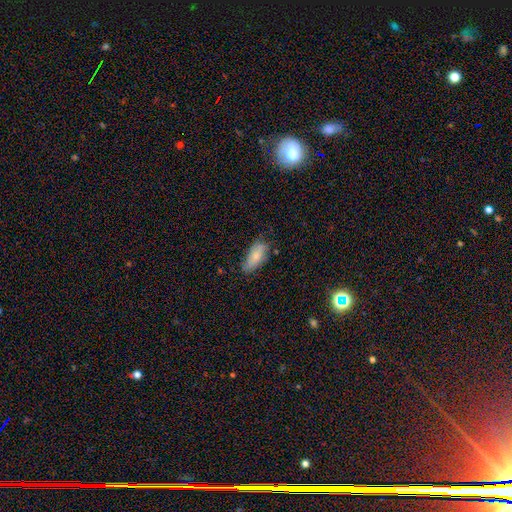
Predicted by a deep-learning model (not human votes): smooth 76%, featured or disk 17%, star or artifact 7%. Down the decision tree: how rounded — in between (86%); merging — none (63%).